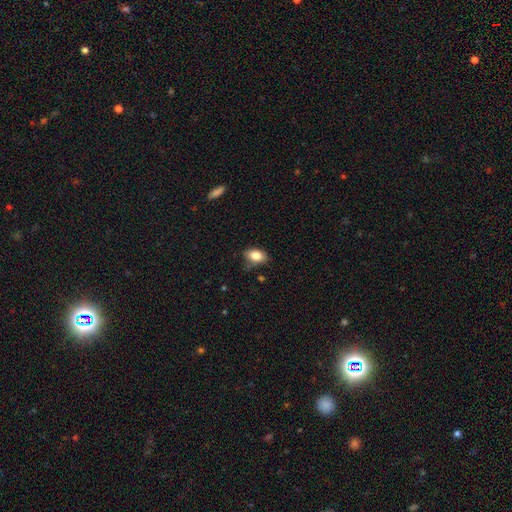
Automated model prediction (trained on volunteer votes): Smooth or featured? smooth (84%)
How rounded? in between (86%)
Merging? none (69%)